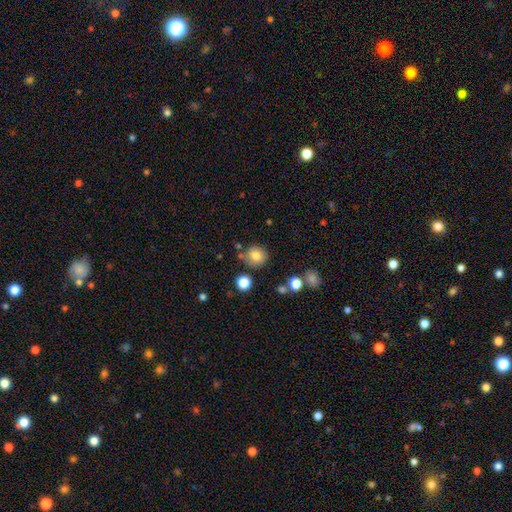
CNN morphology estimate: The model was most divided on "merging": none: 76%, minor disturbance: 13%, merger: 7%, major disturbance: 4%. More confident: how rounded — round (88%); smooth or featured — smooth (80%).